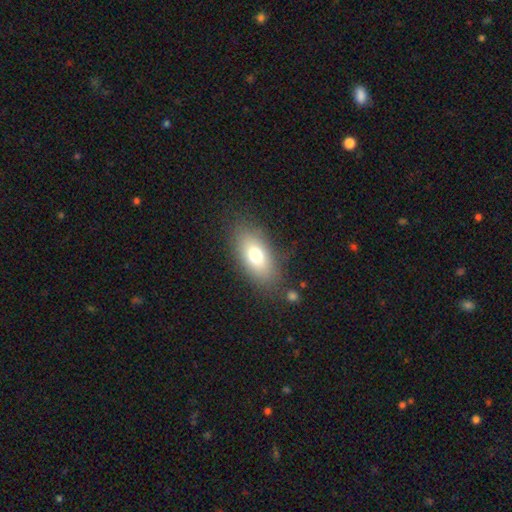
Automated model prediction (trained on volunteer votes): Overall: smooth (72%). How rounded: in between (87%). Merging: none (79%).